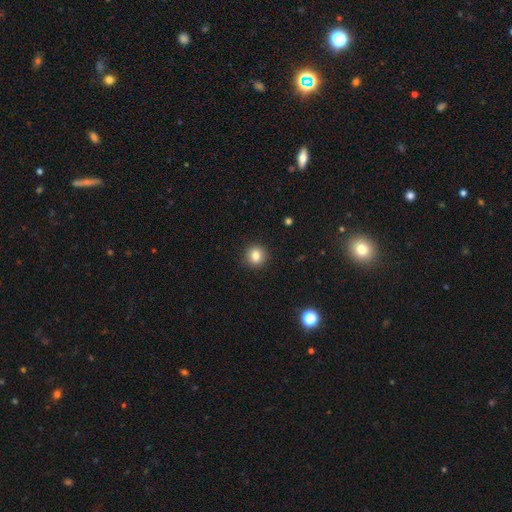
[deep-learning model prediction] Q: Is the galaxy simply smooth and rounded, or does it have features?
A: smooth — 83%.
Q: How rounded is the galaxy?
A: round — 90%.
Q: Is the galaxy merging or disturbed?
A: none — 91%.